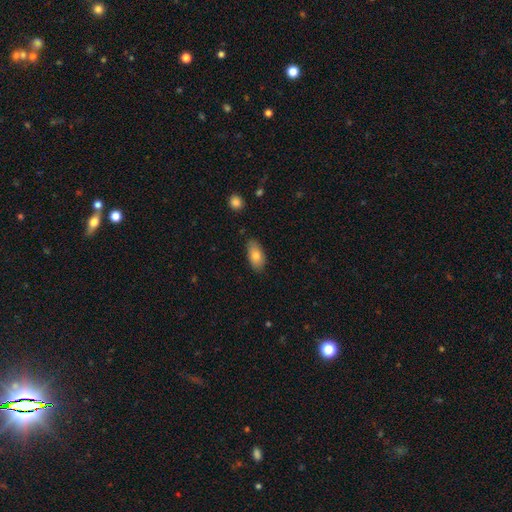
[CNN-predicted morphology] The model was most divided on "smooth or featured": smooth: 79%, featured or disk: 14%, star or artifact: 7%. More confident: how rounded — in between (91%); merging — none (82%).